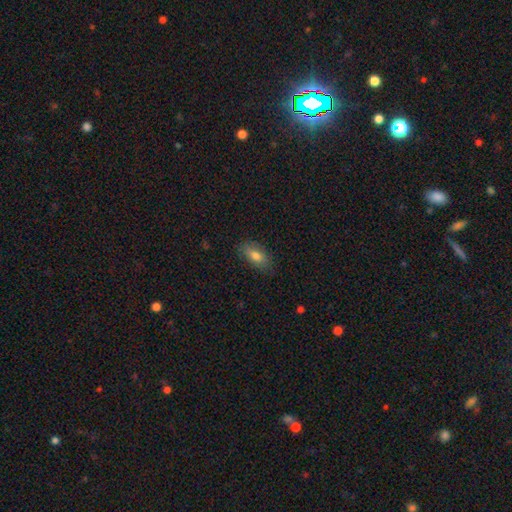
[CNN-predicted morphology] This appears to be a smooth galaxy with no disk features (77%) that is in between round and cigar-shaped (86%). Merging: none (82%).